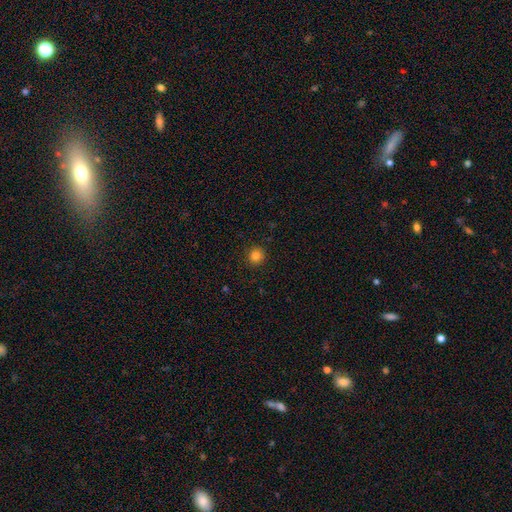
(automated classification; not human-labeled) A smooth galaxy with no disk features (84%) that is round (94%). Merging: none (92%).